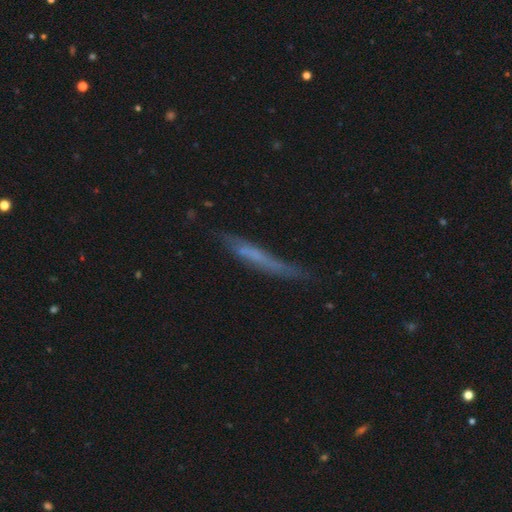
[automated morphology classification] type=smooth (49%); merging=none (66%).